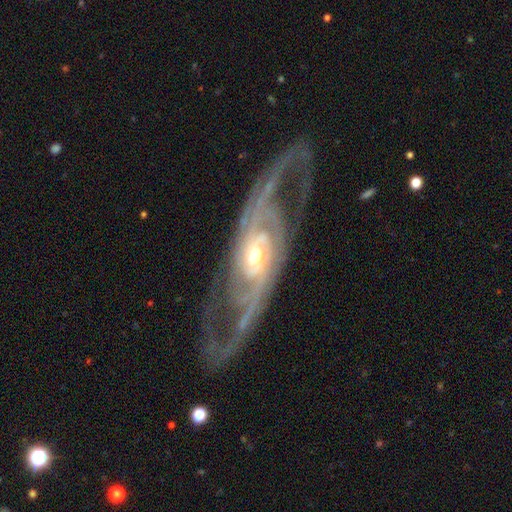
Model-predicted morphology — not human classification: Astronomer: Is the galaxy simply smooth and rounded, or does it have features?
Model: featured or disk — 91%.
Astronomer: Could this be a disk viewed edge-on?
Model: no — 91%.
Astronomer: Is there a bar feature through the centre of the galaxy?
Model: no — 51% (runner-up: weak, 32%).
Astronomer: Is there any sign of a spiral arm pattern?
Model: yes — 97%.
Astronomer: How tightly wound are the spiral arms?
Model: tight — 41% (runner-up: medium, 39%).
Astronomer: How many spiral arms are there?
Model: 2 — 55%.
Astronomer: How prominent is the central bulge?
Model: moderate — 60%.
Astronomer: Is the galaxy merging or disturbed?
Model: none — 67%.